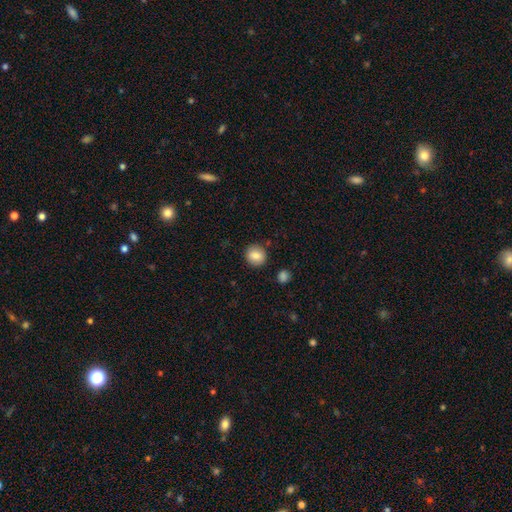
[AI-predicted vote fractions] smooth_or_featured: smooth (p=0.85) [alt: star or artifact p=0.09]
how_rounded: round (p=0.91) [alt: in between p=0.08]
merging: none (p=0.88) [alt: minor disturbance p=0.07]